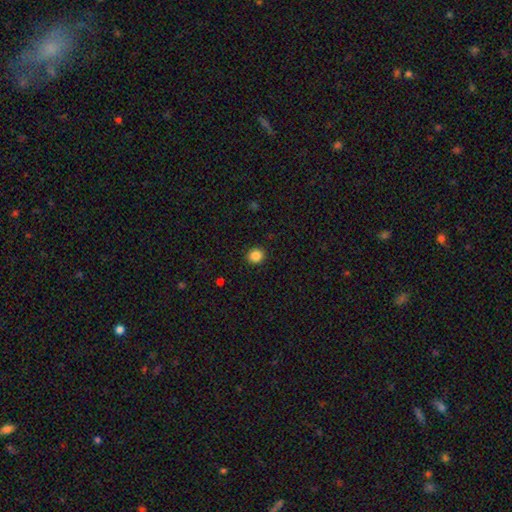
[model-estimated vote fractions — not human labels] Smooth or featured? Predicted: smooth (p=0.85). How rounded? Predicted: round (p=0.88). Merging? Predicted: none (p=0.92).